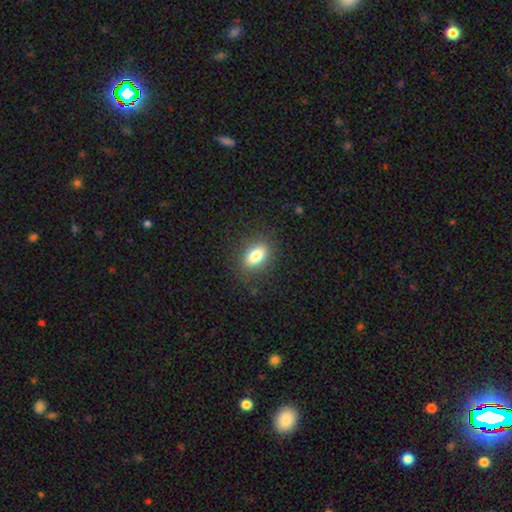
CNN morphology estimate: smooth 81%, featured or disk 10%, star or artifact 9%. Down the decision tree: how rounded — in between (84%); merging — none (85%).